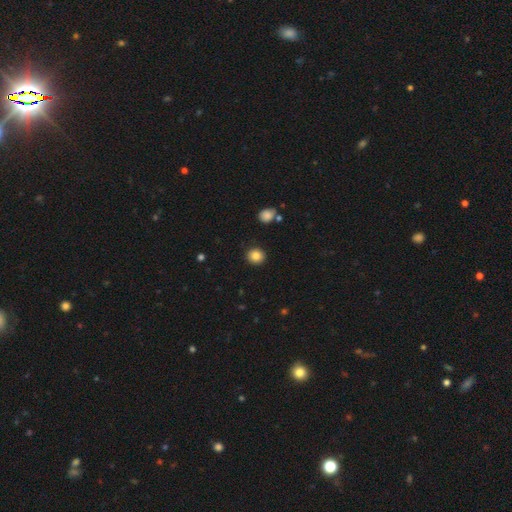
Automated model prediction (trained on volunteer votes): Smooth or featured? Predicted: smooth (p=0.85). How rounded? Predicted: round (p=0.85). Merging? Predicted: none (p=0.91).